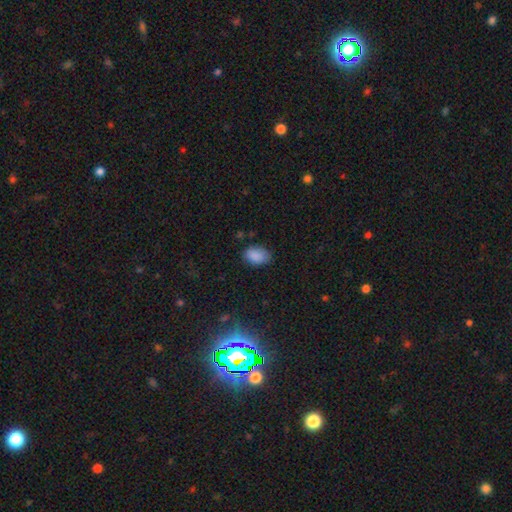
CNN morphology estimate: A smooth galaxy with no disk features (88%) that is in between round and cigar-shaped (86%).

Vote fractions:
- Smooth or featured? smooth: 88% / star or artifact: 9% / featured or disk: 4%
- How rounded? in between: 86% / round: 13% / cigar-shaped: 1%
- Merging? none: 76% / minor disturbance: 19% / major disturbance: 4% / merger: 1%